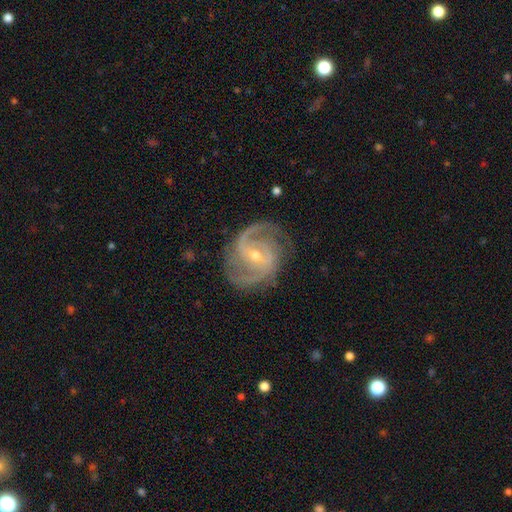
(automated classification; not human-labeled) featured or disk 92%, star or artifact 5%, smooth 4%. Down the decision tree: edge-on disk — no (98%); bar — weak (47%); spiral arms — yes (98%); spiral arm count — 2 (65%); spiral winding — medium (52%); bulge size — small (52%); merging — none (75%).